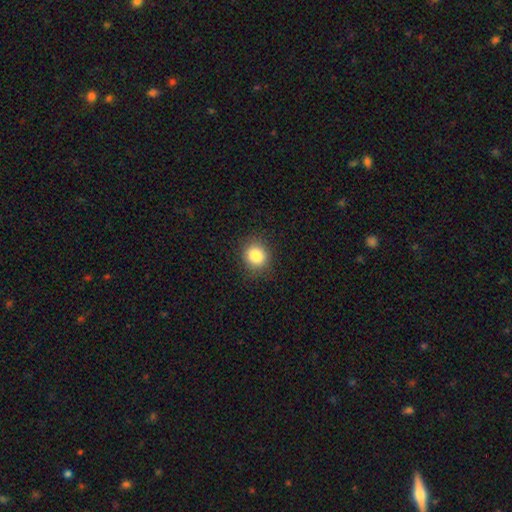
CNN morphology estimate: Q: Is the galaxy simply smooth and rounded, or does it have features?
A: smooth — 85%.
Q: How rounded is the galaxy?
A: round — 74%.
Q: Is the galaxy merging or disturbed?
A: none — 87%.